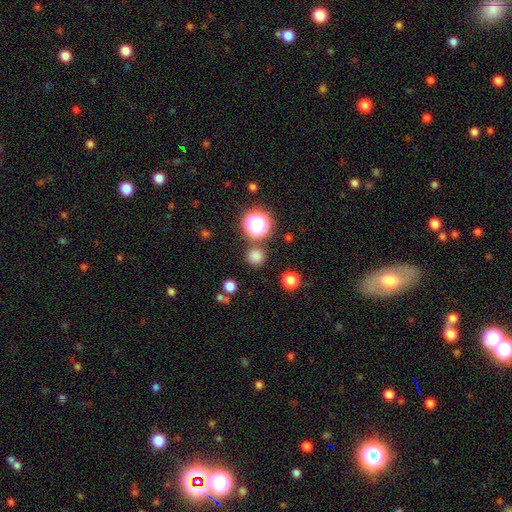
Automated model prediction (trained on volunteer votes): Smooth or featured? smooth (76%)
How rounded? round (94%)
Merging? none (84%)